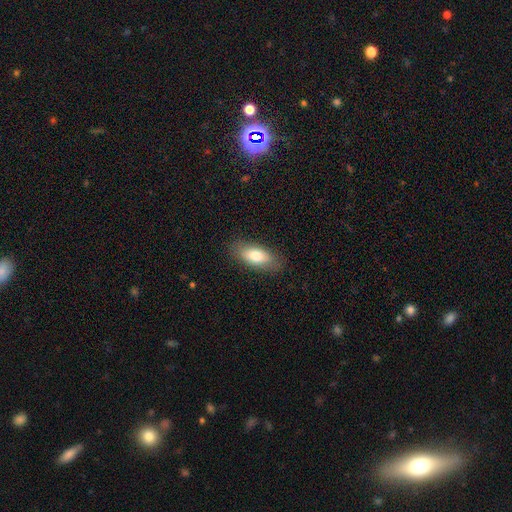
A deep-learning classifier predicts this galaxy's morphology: Q: Smooth or featured?
A: smooth (76%); runner-up: featured or disk (18%)
Q: How rounded?
A: in between (83%); runner-up: cigar-shaped (14%)
Q: Merging?
A: none (84%); runner-up: minor disturbance (12%)